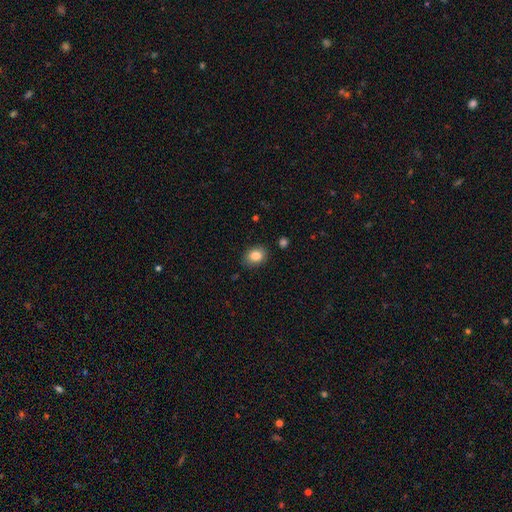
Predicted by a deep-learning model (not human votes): smooth-or-featured: smooth: 84% | star or artifact: 9% | featured or disk: 7%
  how-rounded: in between: 63% | round: 36% | cigar-shaped: 1%
  merging: none: 85% | minor disturbance: 11% | major disturbance: 2% | merger: 2%